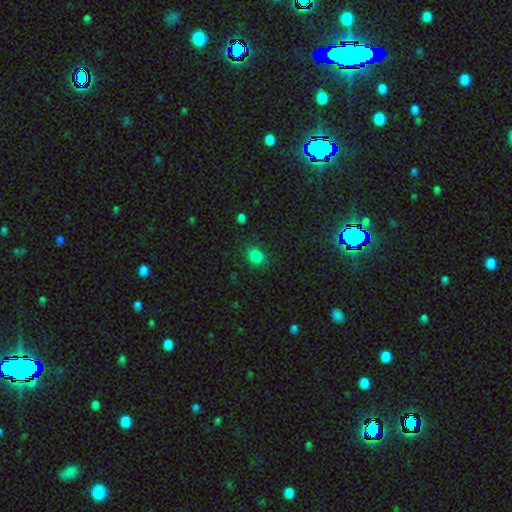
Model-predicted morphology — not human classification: Overall: smooth (82%). How rounded: round (60%; in between 39%). Merging: none (82%).